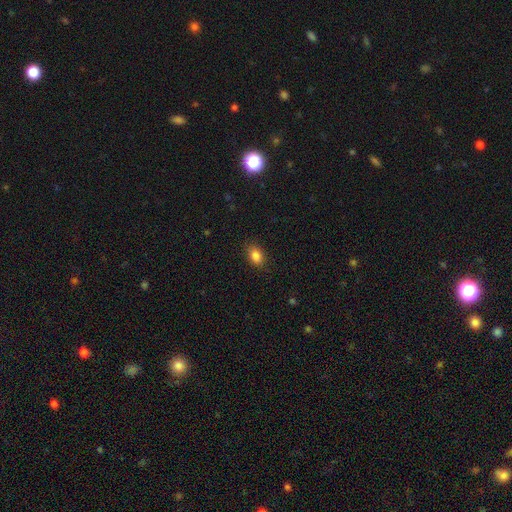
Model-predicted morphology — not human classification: The model was most divided on "how rounded": in between: 80%, round: 19%, cigar-shaped: 2%. More confident: smooth or featured — smooth (86%); merging — none (85%).